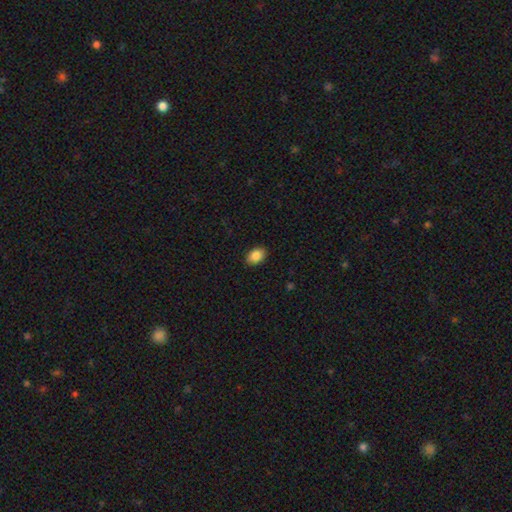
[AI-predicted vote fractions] The model was most divided on "how rounded": in between: 84%, round: 15%, cigar-shaped: 1%. More confident: merging — none (90%); smooth or featured — smooth (87%).